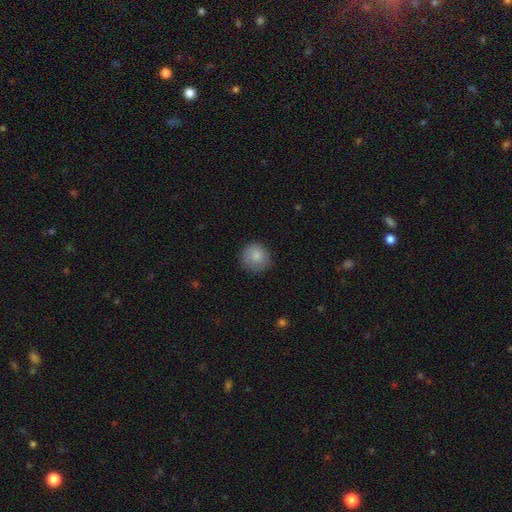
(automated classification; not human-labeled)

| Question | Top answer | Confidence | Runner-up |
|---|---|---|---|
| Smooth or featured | smooth | 83% | featured or disk (9%) |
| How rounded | round | 91% | in between (8%) |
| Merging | none | 82% | minor disturbance (14%) |